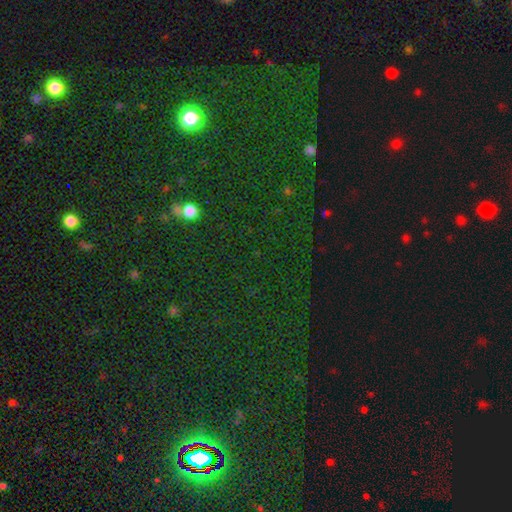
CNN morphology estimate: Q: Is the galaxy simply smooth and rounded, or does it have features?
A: star or artifact — 78%.